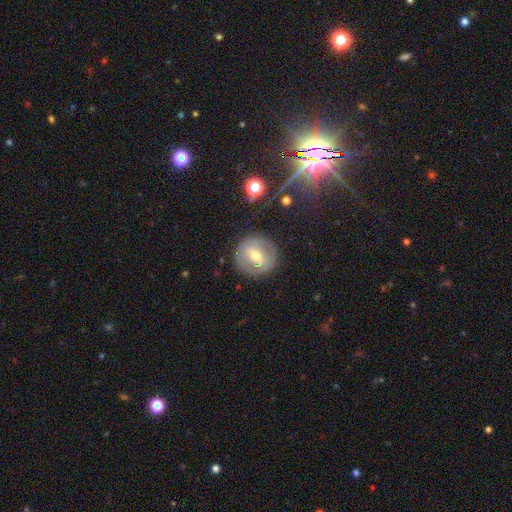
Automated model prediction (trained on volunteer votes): Morphology: type=featured or disk (55%); edge-on=no (93%); bar=weak (43%); spiral arms=no (64%); bulge=moderate (63%); merging=none (84%).